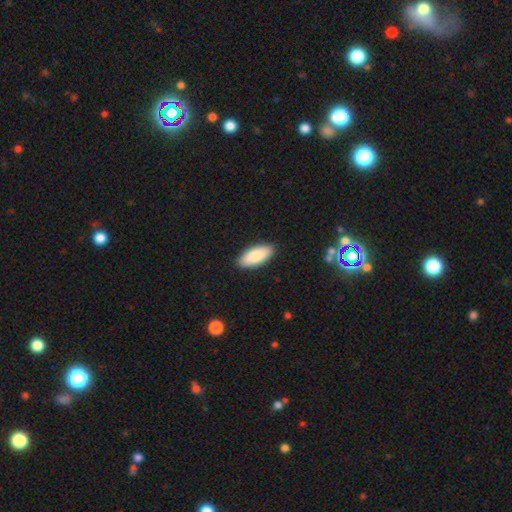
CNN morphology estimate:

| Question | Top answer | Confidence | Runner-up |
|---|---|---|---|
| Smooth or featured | smooth | 83% | featured or disk (11%) |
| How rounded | in between | 86% | cigar-shaped (12%) |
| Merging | none | 90% | minor disturbance (8%) |